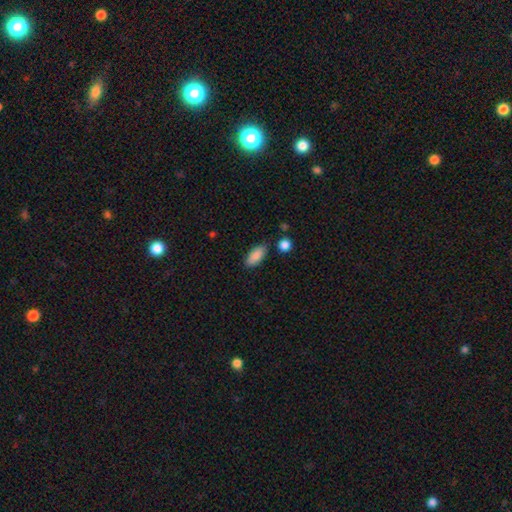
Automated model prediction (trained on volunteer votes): Smooth or featured?
  - smooth: 88% *
  - star or artifact: 6%
  - featured or disk: 5%
How rounded?
  - in between: 87% *
  - cigar-shaped: 10%
  - round: 3%
Merging?
  - none: 83% *
  - minor disturbance: 11%
  - merger: 4%
  - major disturbance: 3%